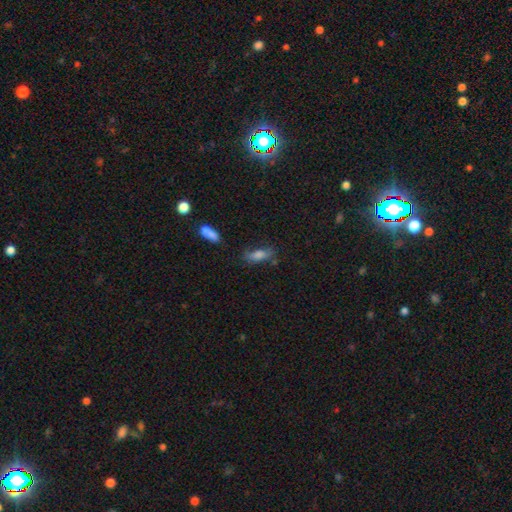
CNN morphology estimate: Overall: smooth (63%). How rounded: in between (58%; cigar-shaped 38%). Merging: none (66%).